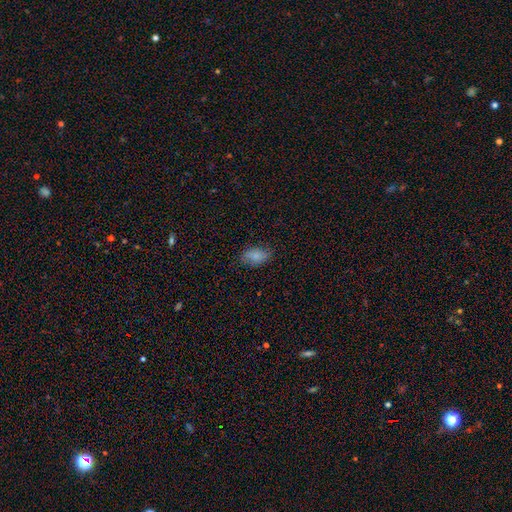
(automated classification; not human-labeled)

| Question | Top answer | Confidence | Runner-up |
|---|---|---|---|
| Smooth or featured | smooth | 82% | featured or disk (10%) |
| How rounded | in between | 92% | round (6%) |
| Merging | none | 76% | minor disturbance (19%) |